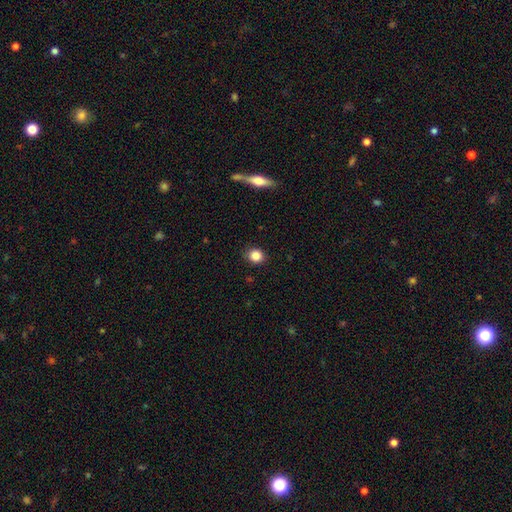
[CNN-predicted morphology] Q: Smooth or featured?
A: smooth (85%); runner-up: star or artifact (10%)
Q: How rounded?
A: round (81%); runner-up: in between (17%)
Q: Merging?
A: none (88%); runner-up: minor disturbance (9%)